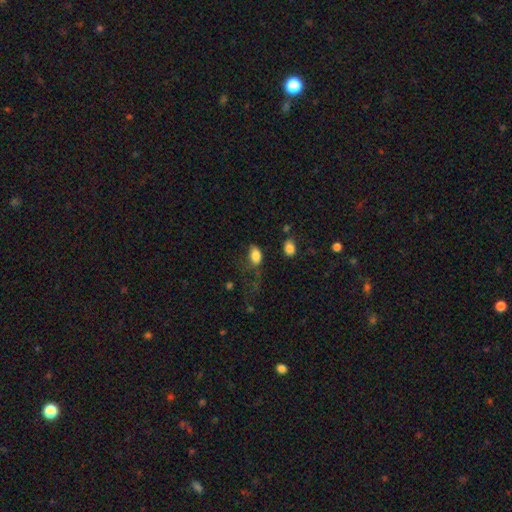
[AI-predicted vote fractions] Q: Smooth or featured?
A: smooth (84%); runner-up: star or artifact (9%)
Q: How rounded?
A: in between (87%); runner-up: round (11%)
Q: Merging?
A: none (46%); runner-up: minor disturbance (27%)